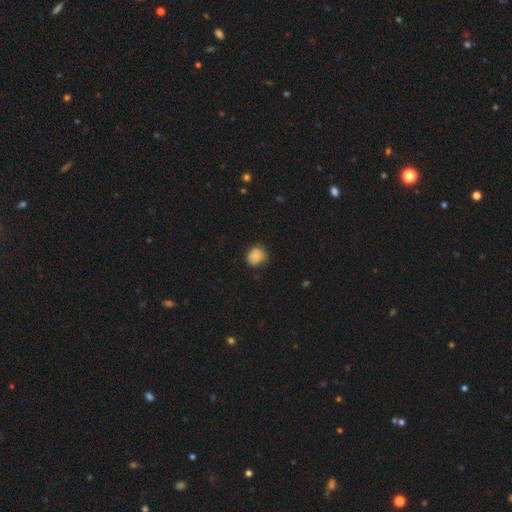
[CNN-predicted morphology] type=smooth (78%); roundness=round (73%); merging=none (68%).